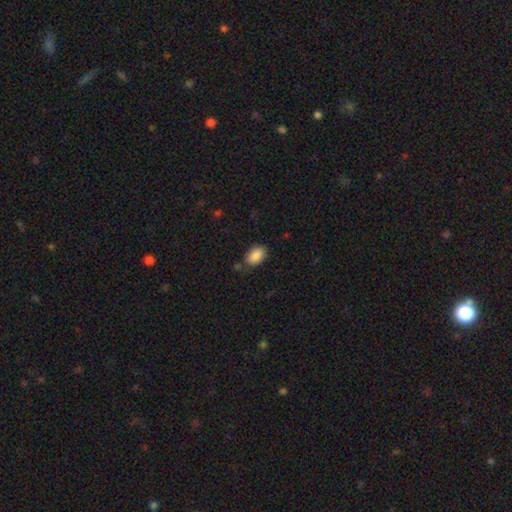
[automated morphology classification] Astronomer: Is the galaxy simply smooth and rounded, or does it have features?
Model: smooth — 88%.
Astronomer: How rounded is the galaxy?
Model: in between — 90%.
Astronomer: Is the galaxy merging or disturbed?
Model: none — 75%.